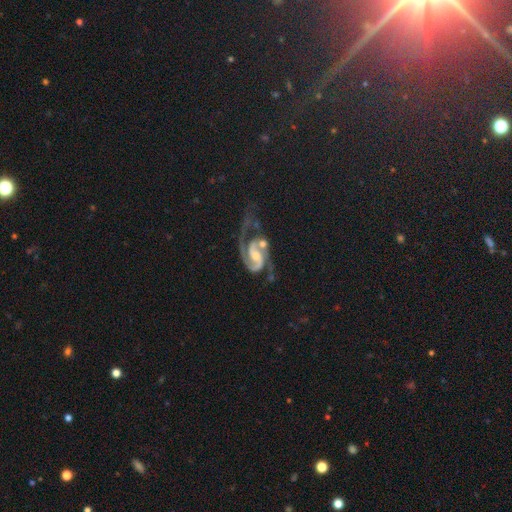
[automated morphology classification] Overall: featured or disk (90%). Edge-on disk: no (98%). Bar: weak (42%; no 39%). Spiral arms: yes (98%). Spiral arm count: 2 (83%). Spiral winding: medium (52%; tight 27%). Bulge size: moderate (42%; small 34%). Merging: major disturbance (30%; none 29%).